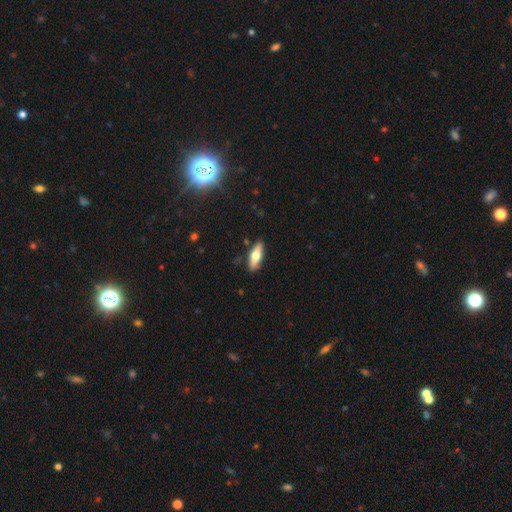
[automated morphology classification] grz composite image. It shows a smooth galaxy with no disk features (56%) that is in between round and cigar-shaped (55%). Merging: none (86%).